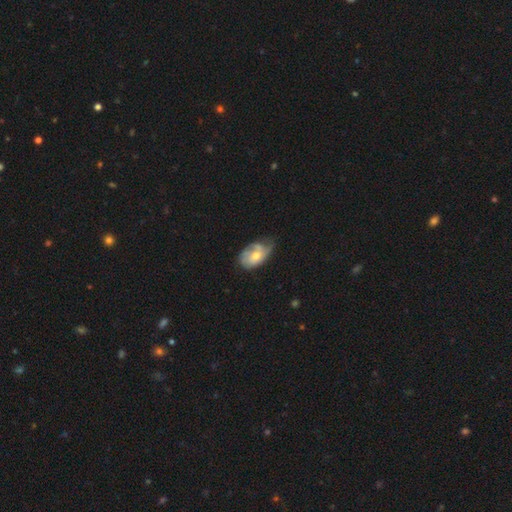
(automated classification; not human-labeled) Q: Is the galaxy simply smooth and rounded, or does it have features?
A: featured or disk — 51%.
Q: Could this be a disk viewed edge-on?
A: no — 95%.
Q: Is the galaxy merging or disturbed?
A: minor disturbance — 40%.